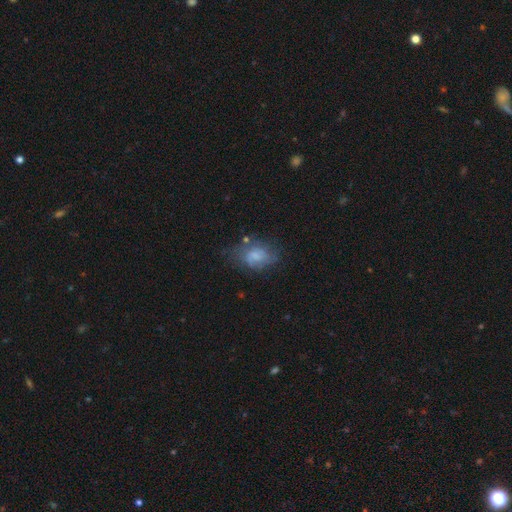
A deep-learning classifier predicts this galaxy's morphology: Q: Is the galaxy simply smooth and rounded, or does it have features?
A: smooth — 54%.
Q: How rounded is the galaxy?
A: in between — 78%.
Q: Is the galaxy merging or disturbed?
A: none — 47%.